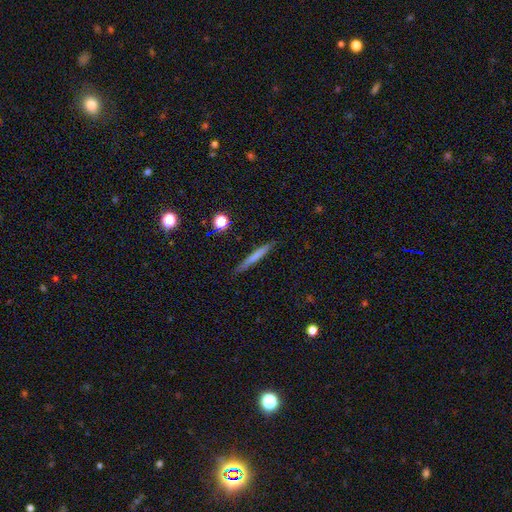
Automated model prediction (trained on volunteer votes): smooth-or-featured: smooth: 64% | featured or disk: 29% | star or artifact: 8%
  how-rounded: cigar-shaped: 96% | in between: 3% | round: 2%
  merging: none: 87% | minor disturbance: 9% | major disturbance: 2% | merger: 1%